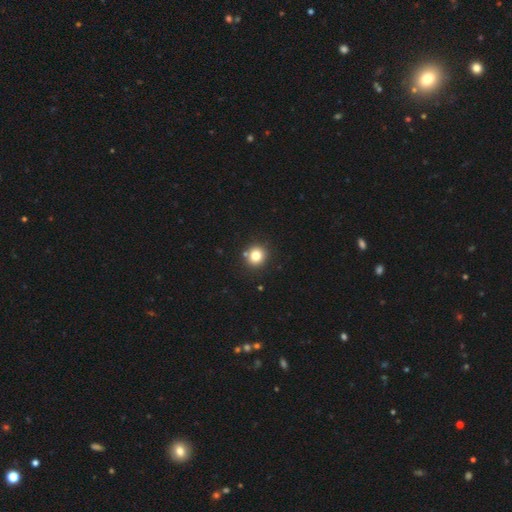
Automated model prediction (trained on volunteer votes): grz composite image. It shows a smooth galaxy with no disk features (80%) that is round (89%). Merging: none (85%).